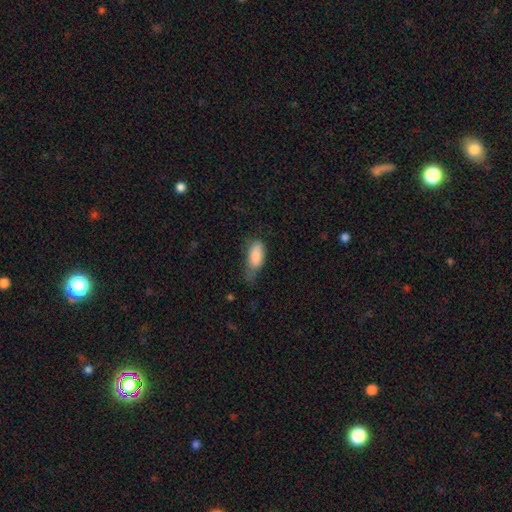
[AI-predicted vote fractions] Smooth or featured?
  - smooth: 86% *
  - featured or disk: 8%
  - star or artifact: 7%
How rounded?
  - in between: 84% *
  - cigar-shaped: 13%
  - round: 2%
Merging?
  - minor disturbance: 42% *
  - none: 36%
  - major disturbance: 19%
  - merger: 2%